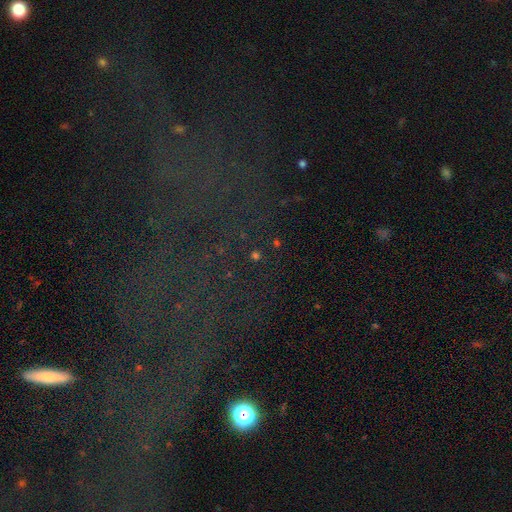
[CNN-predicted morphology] A star or artifact, not a galaxy (70%).

Vote fractions:
- Smooth or featured? star or artifact: 70% / smooth: 21% / featured or disk: 8%